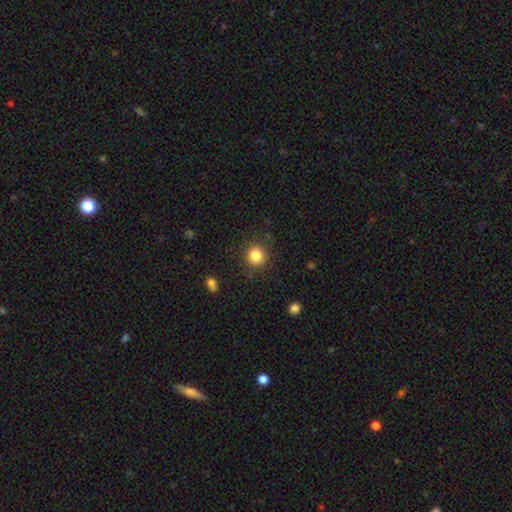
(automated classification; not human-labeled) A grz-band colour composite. It shows a smooth galaxy with no disk features (84%) that is round (92%). Merging: none (87%).